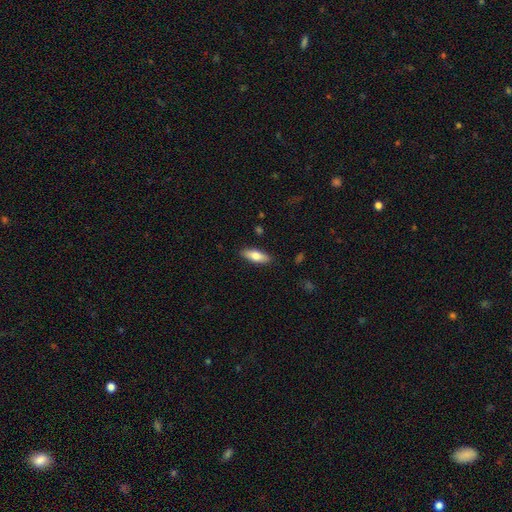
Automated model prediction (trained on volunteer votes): This is likely a smooth galaxy (75%). How rounded: likely in between (68%). Merging: clearly none (88%).